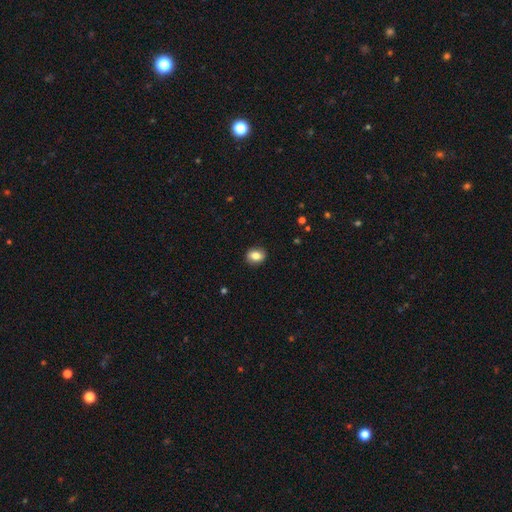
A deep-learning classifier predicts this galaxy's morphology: This appears to be a smooth galaxy with no disk features (83%) that is in between round and cigar-shaped (57%). Merging: none (89%).